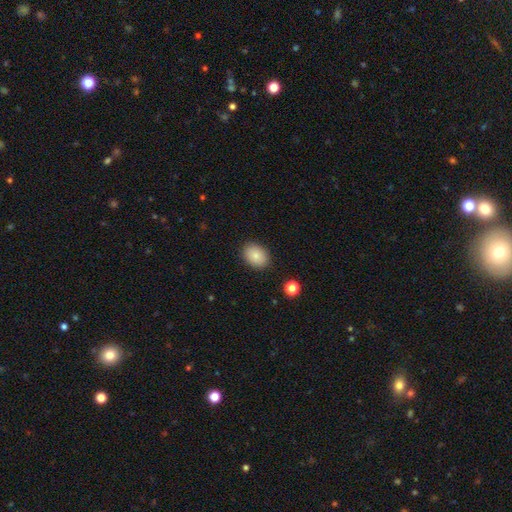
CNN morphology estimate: This is clearly a smooth galaxy (85%). How rounded: likely in between (72%). Merging: clearly none (88%).